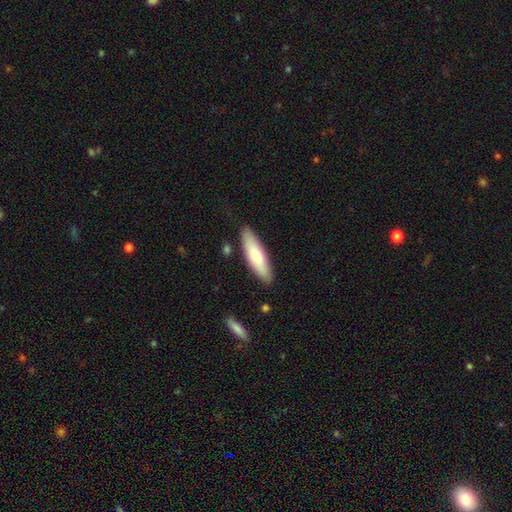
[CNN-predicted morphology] Smooth or featured? smooth (73%)
How rounded? cigar-shaped (59%)
Merging? none (85%)